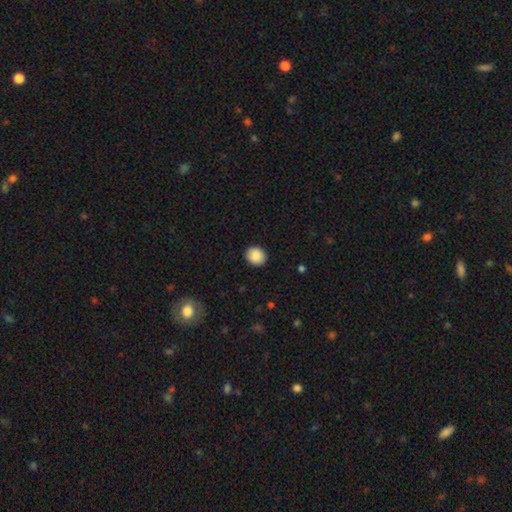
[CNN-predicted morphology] smooth 89%, star or artifact 8%, featured or disk 3%. Down the decision tree: how rounded — round (78%); merging — none (91%).